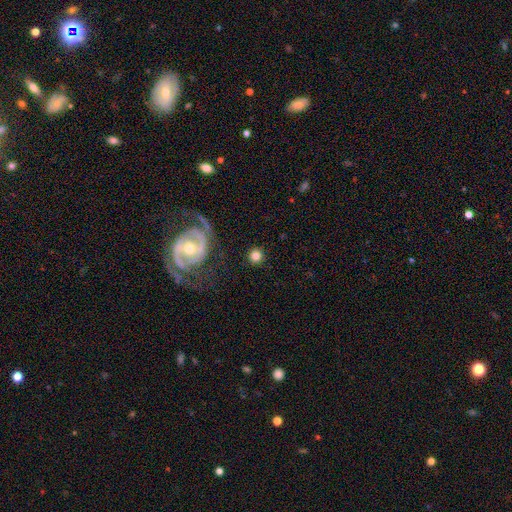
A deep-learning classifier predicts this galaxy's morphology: type=smooth (74%); roundness=round (92%); merging=none (86%).